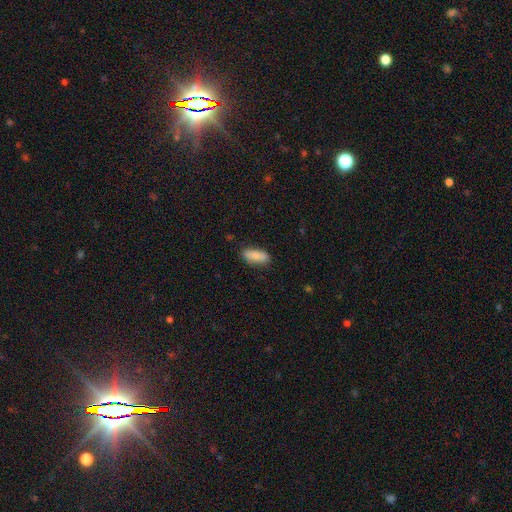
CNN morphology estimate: A smooth galaxy with no disk features (83%) that is in between round and cigar-shaped (78%).

Vote fractions:
- Smooth or featured? smooth: 83% / featured or disk: 10% / star or artifact: 6%
- How rounded? in between: 78% / cigar-shaped: 19% / round: 2%
- Merging? none: 84% / minor disturbance: 12% / major disturbance: 2% / merger: 1%